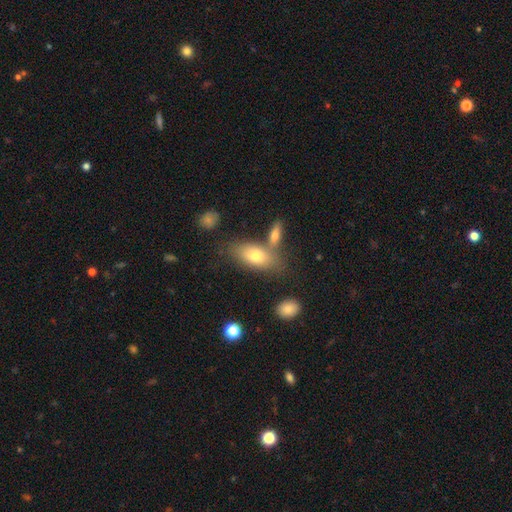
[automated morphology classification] type=smooth (72%); roundness=in between (85%); merging=none (58%).